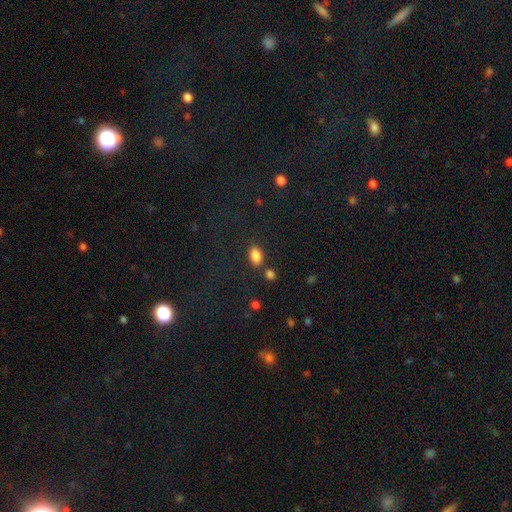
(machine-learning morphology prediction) smooth 85%, star or artifact 10%, featured or disk 5%. Down the decision tree: how rounded — in between (89%); merging — none (76%).